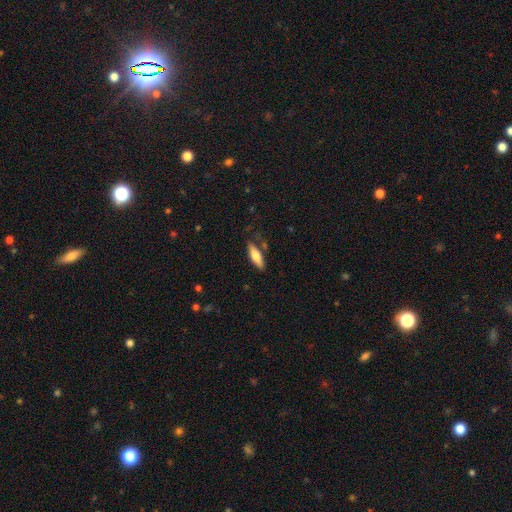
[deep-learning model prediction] Smooth or featured: smooth — 67% (featured or disk — 27%)
How rounded: cigar-shaped — 52% (in between — 46%)
Merging: none — 75% (minor disturbance — 16%)